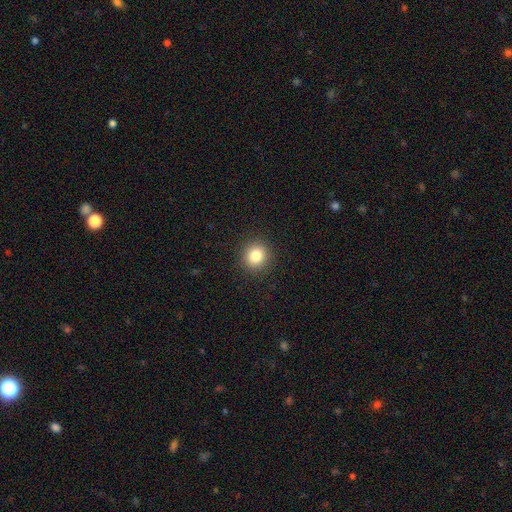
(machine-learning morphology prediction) Overall: smooth (83%). How rounded: round (90%). Merging: none (91%).